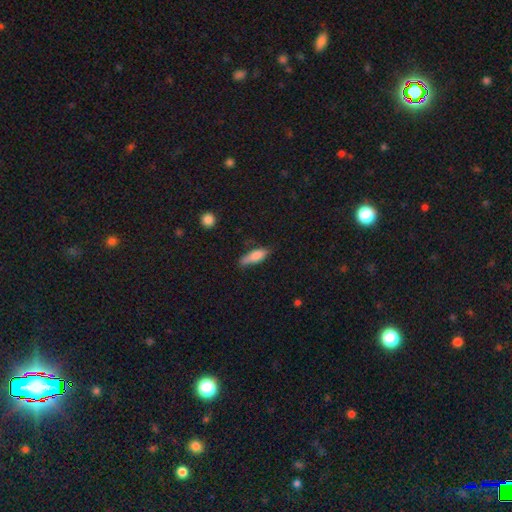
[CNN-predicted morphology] This appears to be a smooth galaxy with no disk features (78%) that is in between round and cigar-shaped (51%). Merging: none (61%).